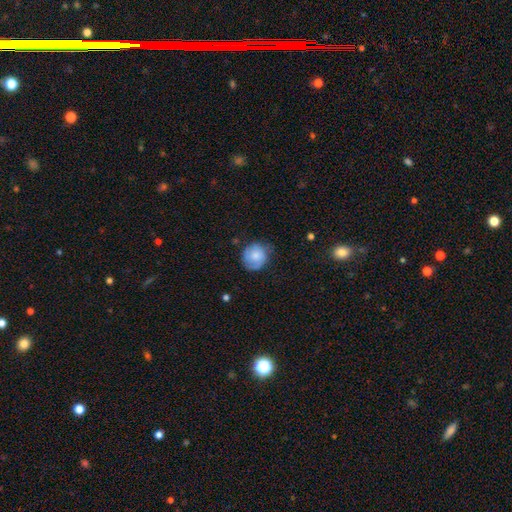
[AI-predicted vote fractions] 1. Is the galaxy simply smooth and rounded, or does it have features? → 70% smooth, 23% featured or disk, 7% star or artifact.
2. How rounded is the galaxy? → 82% round, 17% in between, 1% cigar-shaped.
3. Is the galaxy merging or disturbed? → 61% none, 29% minor disturbance, 8% major disturbance, 2% merger.